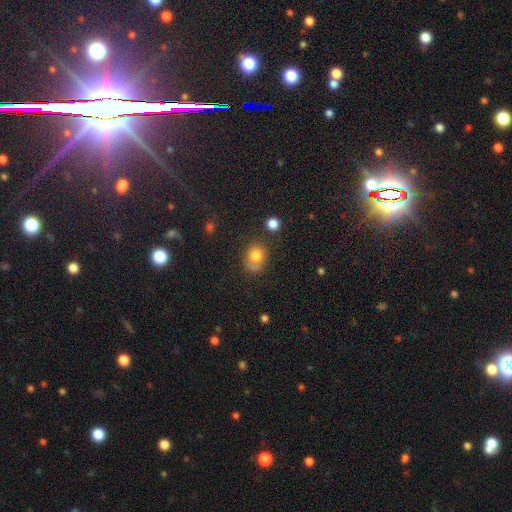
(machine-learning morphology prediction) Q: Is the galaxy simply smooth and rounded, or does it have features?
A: smooth — 78%.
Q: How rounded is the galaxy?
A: round — 64%.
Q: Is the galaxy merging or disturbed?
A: none — 51%.